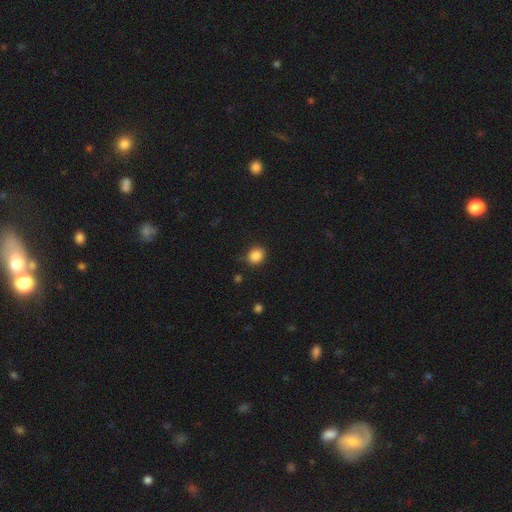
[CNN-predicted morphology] smooth-or-featured: smooth: 86% | star or artifact: 10% | featured or disk: 4%
  how-rounded: round: 72% | in between: 27% | cigar-shaped: 1%
  merging: none: 82% | minor disturbance: 13% | major disturbance: 3% | merger: 2%